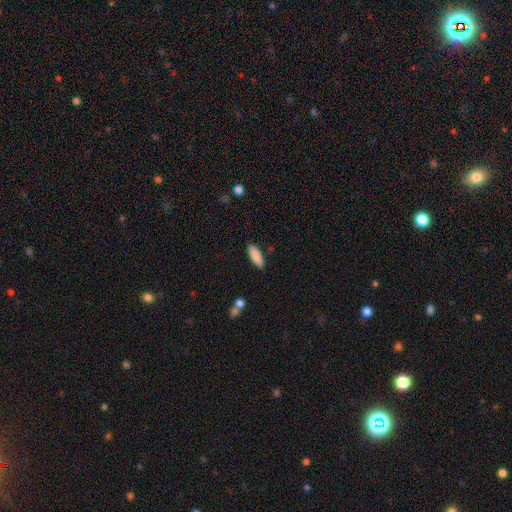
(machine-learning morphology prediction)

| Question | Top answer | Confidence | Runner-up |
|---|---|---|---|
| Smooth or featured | smooth | 87% | featured or disk (7%) |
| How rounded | in between | 59% | cigar-shaped (40%) |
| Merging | none | 87% | minor disturbance (9%) |